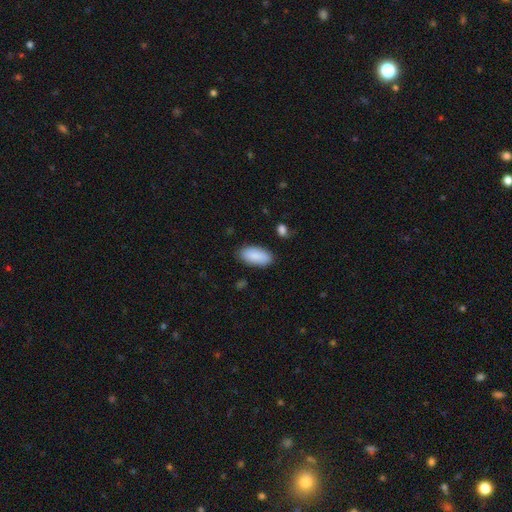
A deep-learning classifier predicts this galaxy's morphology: This appears to be a smooth galaxy with no disk features (89%) that is in between round and cigar-shaped (91%). Merging: none (85%).